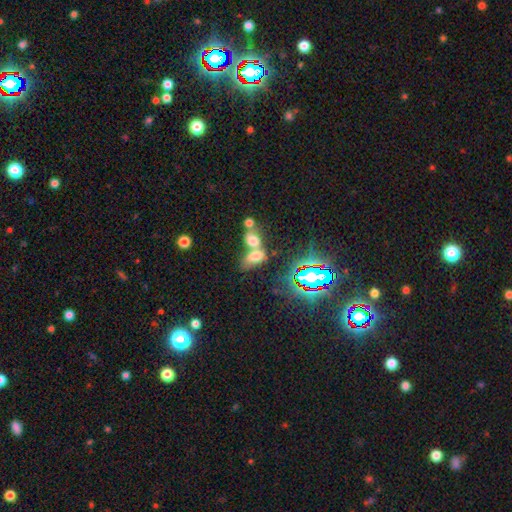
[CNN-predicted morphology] smooth_or_featured: smooth (p=0.64) [alt: star or artifact p=0.20]
how_rounded: in between (p=0.80) [alt: round p=0.16]
merging: merger (p=0.64) [alt: none p=0.23]